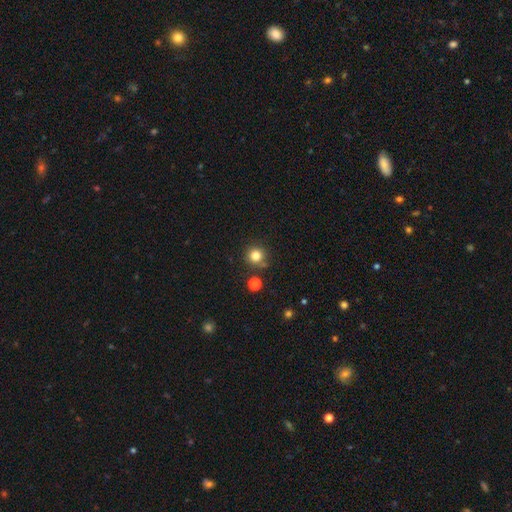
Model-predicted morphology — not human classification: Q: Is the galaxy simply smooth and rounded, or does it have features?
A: smooth — 80%.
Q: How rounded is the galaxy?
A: round — 94%.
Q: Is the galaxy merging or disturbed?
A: none — 80%.